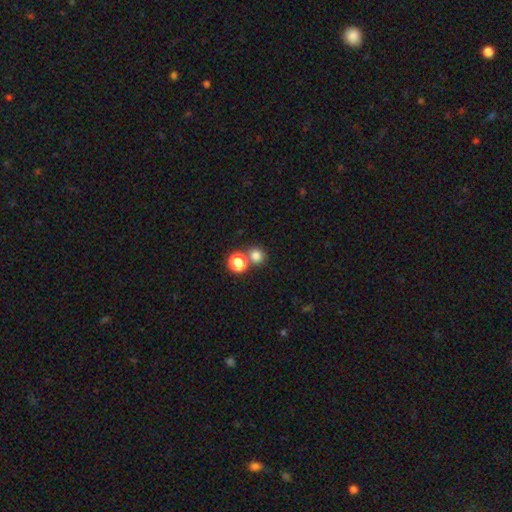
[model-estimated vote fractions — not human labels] Smooth or featured? Predicted: smooth (p=0.80). How rounded? Predicted: round (p=0.86). Merging? Predicted: none (p=0.65).